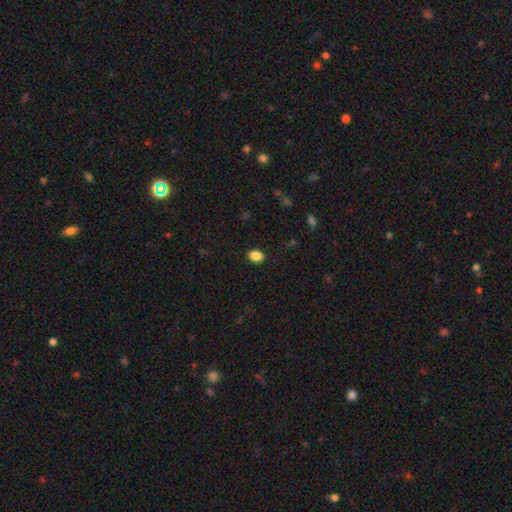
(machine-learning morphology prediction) The model was most divided on "how rounded": in between: 64%, round: 35%, cigar-shaped: 1%. More confident: merging — none (89%); smooth or featured — smooth (87%).